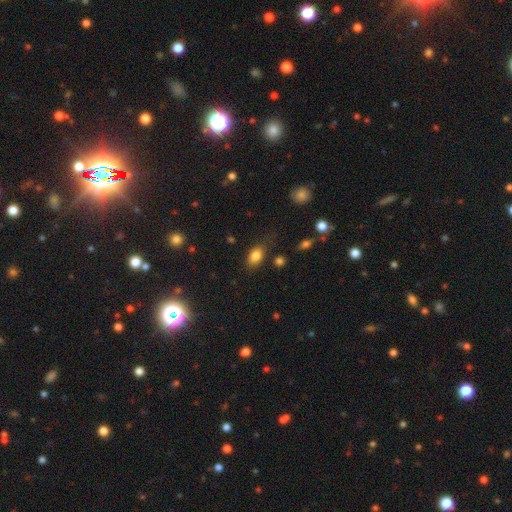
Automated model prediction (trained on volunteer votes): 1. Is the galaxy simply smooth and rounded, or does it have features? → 83% smooth, 9% star or artifact, 8% featured or disk.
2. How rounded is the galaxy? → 83% in between, 14% round, 3% cigar-shaped.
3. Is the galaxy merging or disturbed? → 73% none, 18% minor disturbance, 6% major disturbance, 4% merger.